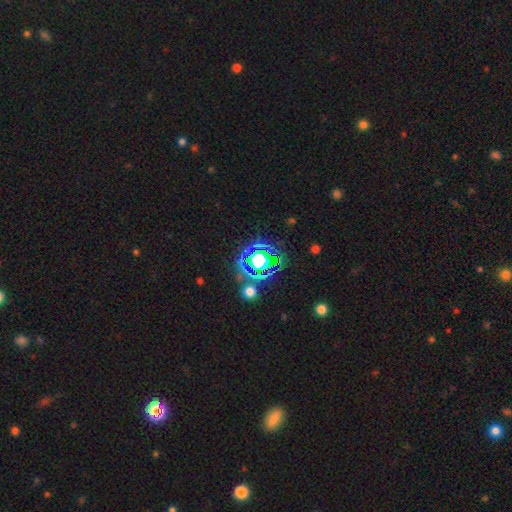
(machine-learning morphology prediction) Q: Smooth or featured?
A: star or artifact (65%); runner-up: smooth (20%)